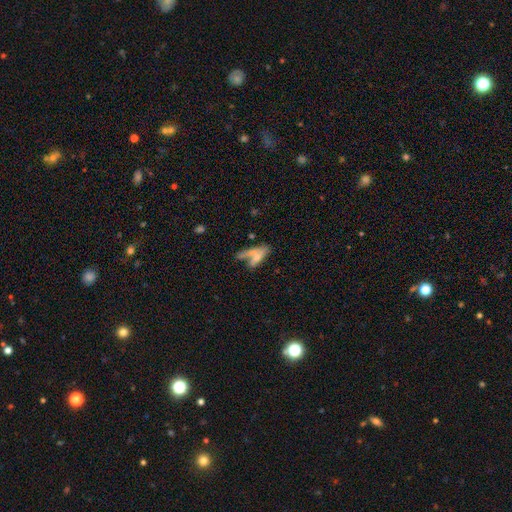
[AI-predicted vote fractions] smooth 58%, featured or disk 32%, star or artifact 10%. Down the decision tree: how rounded — in between (54%); merging — merger (43%).